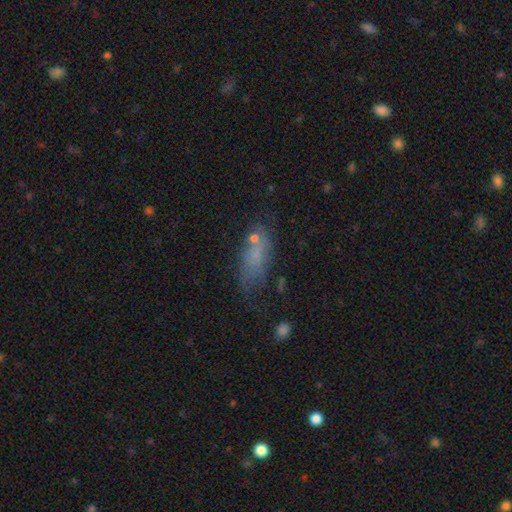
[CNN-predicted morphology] This is likely a smooth galaxy (63%). How rounded: likely in between (75%). Merging: possibly none (46%).